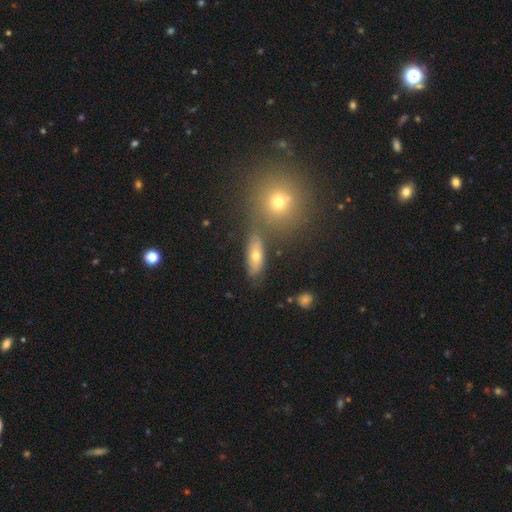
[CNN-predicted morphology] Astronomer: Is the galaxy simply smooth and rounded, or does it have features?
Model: smooth — 54%.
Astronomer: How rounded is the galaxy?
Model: in between — 66%.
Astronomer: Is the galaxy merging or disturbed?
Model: none — 73%.